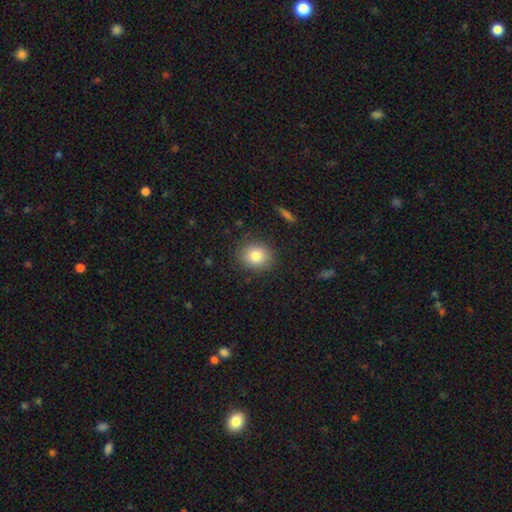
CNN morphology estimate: The model was most divided on "how rounded": round: 71%, in between: 28%, cigar-shaped: 1%. More confident: merging — none (87%); smooth or featured — smooth (81%).